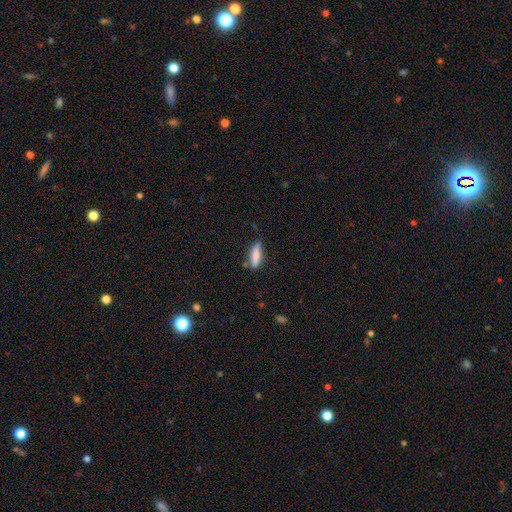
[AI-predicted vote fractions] smooth-or-featured: smooth: 80% | featured or disk: 13% | star or artifact: 7%
  how-rounded: cigar-shaped: 65% | in between: 33% | round: 2%
  merging: none: 69% | minor disturbance: 21% | merger: 5% | major disturbance: 5%